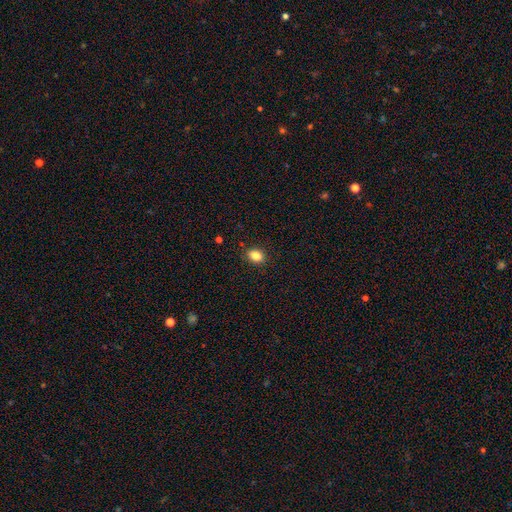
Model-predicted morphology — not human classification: smooth_or_featured: smooth (p=0.85) [alt: star or artifact p=0.10]
how_rounded: in between (p=0.75) [alt: round p=0.24]
merging: none (p=0.87) [alt: minor disturbance p=0.10]